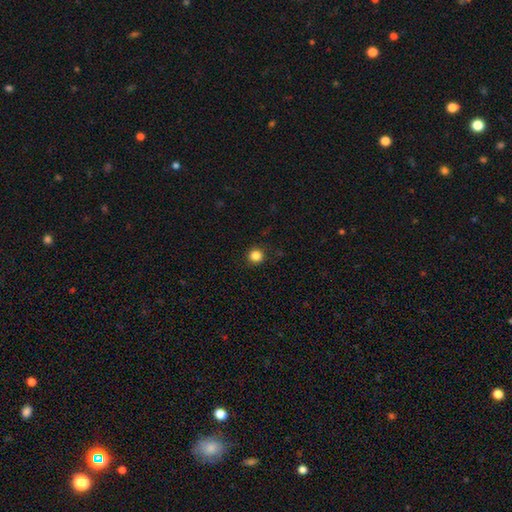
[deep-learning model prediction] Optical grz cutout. It shows a smooth galaxy with no disk features (85%) that is round (93%). Merging: none (91%).